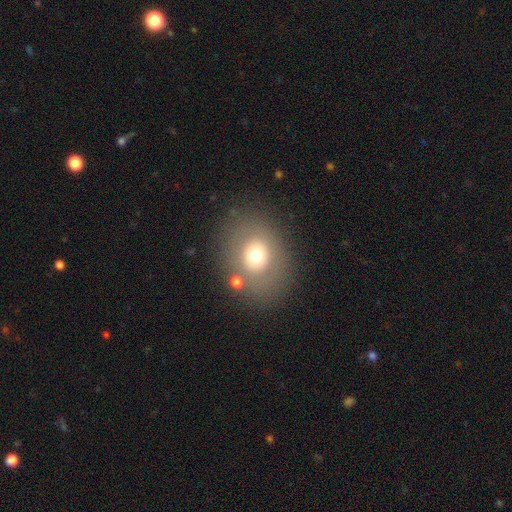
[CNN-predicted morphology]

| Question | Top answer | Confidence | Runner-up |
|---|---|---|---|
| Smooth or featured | smooth | 66% | featured or disk (20%) |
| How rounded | round | 54% | in between (45%) |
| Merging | none | 78% | minor disturbance (11%) |